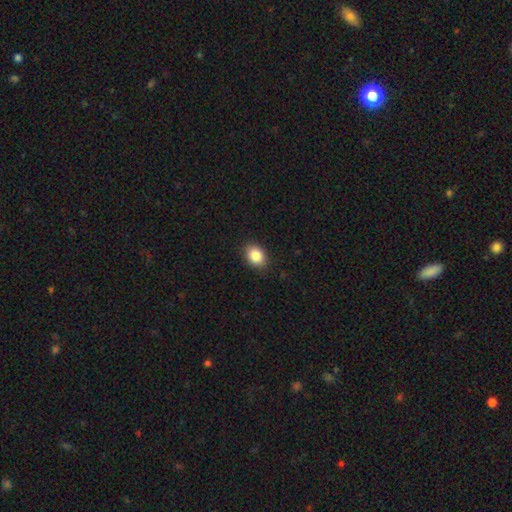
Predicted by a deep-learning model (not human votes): smooth_or_featured: smooth (p=0.87) [alt: star or artifact p=0.08]
how_rounded: in between (p=0.70) [alt: round p=0.29]
merging: none (p=0.89) [alt: minor disturbance p=0.08]